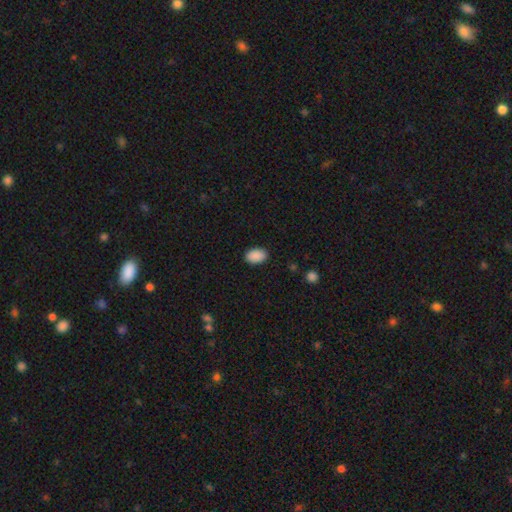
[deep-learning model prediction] A smooth galaxy with no disk features (90%) that is in between round and cigar-shaped (90%).

Vote fractions:
- Smooth or featured? smooth: 90% / star or artifact: 7% / featured or disk: 3%
- How rounded? in between: 90% / round: 9% / cigar-shaped: 1%
- Merging? none: 89% / minor disturbance: 8% / major disturbance: 2% / merger: 1%